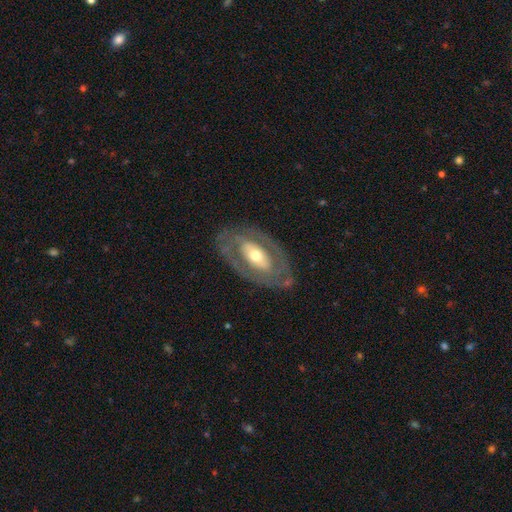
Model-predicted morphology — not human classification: This appears to be a featured or disk galaxy (73%) with no bar (49%), no spiral arms (53%) and a moderate central bulge (62%). Merging: none (77%).